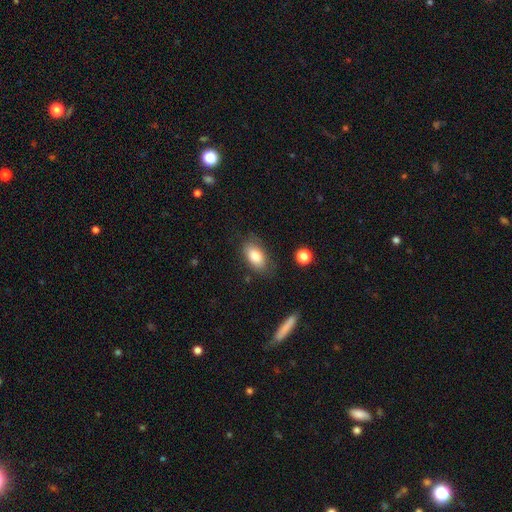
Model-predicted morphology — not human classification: A smooth galaxy with no disk features (82%) that is in between round and cigar-shaped (91%). Merging: none (74%).